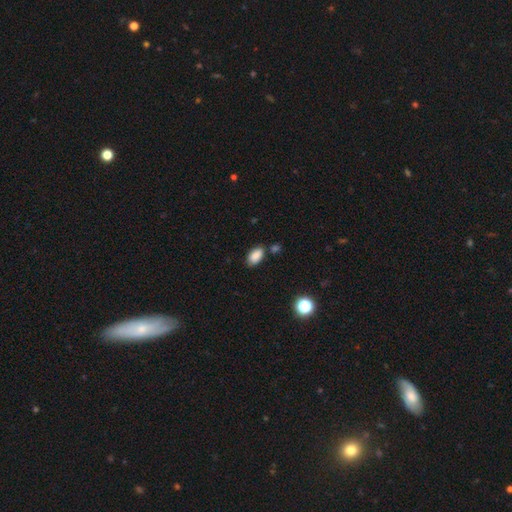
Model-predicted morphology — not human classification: Smooth or featured? smooth (87%)
How rounded? in between (92%)
Merging? none (77%)